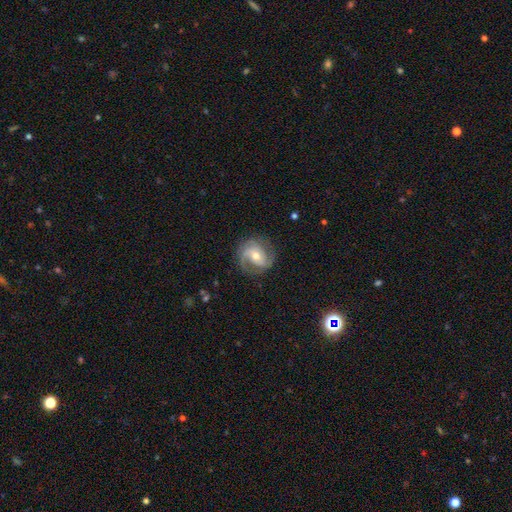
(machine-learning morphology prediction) smooth-or-featured: featured or disk: 82% | smooth: 12% | star or artifact: 6%
  disk-edge-on: no: 98% | yes: 2%
    bar: no: 44% | weak: 40% | strong: 16%
    has-spiral-arms: yes: 95% | no: 5%
      spiral-winding: medium: 46% | tight: 36% | loose: 18%
      spiral-arm-count: 2: 62% | 3: 16% | can't tell: 11% | 1: 6% | 4: 3% | more than 4: 3%
    bulge-size: moderate: 63% | small: 32% | large: 4% | none: 1% | dominant: 1%
  merging: none: 76% | minor disturbance: 15% | major disturbance: 7% | merger: 1%